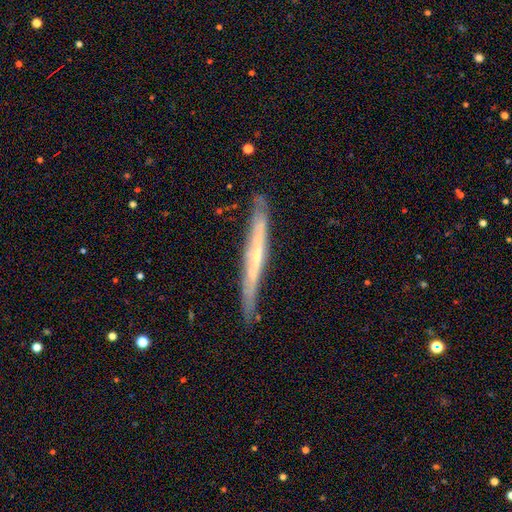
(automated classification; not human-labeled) Q: Smooth or featured?
A: featured or disk (67%); runner-up: smooth (28%)
Q: Edge-on disk?
A: yes (91%); runner-up: no (9%)
Q: Edge-on bulge?
A: none (60%); runner-up: rounded (33%)
Q: Merging?
A: none (82%); runner-up: minor disturbance (15%)